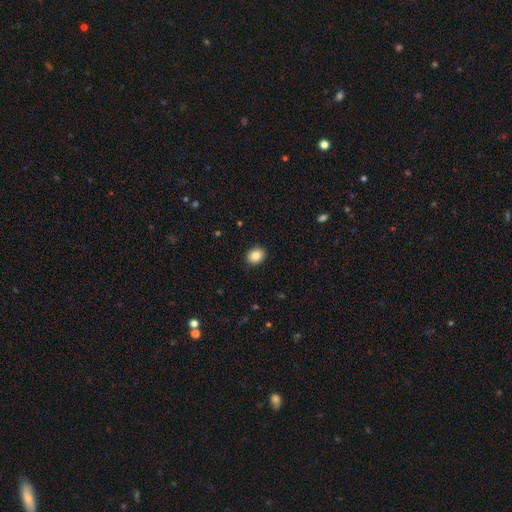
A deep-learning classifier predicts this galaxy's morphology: smooth-or-featured: smooth: 85% | star or artifact: 9% | featured or disk: 6%
  how-rounded: in between: 52% | round: 47% | cigar-shaped: 1%
  merging: none: 91% | minor disturbance: 6% | major disturbance: 2% | merger: 1%